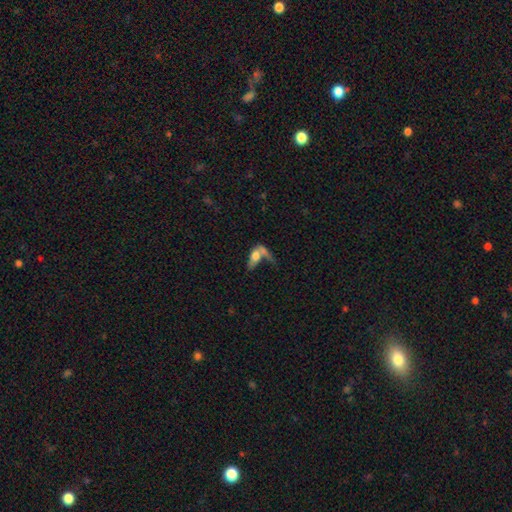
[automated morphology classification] smooth 60%, featured or disk 31%, star or artifact 9%. Down the decision tree: how rounded — in between (73%); merging — merger (47%).